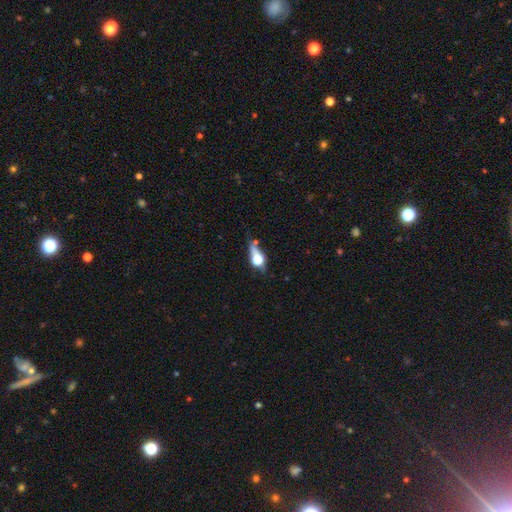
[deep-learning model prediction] Overall: smooth (54%; featured or disk 31%). How rounded: in between (47%; round 33%). Merging: none (37%; minor disturbance 23%).